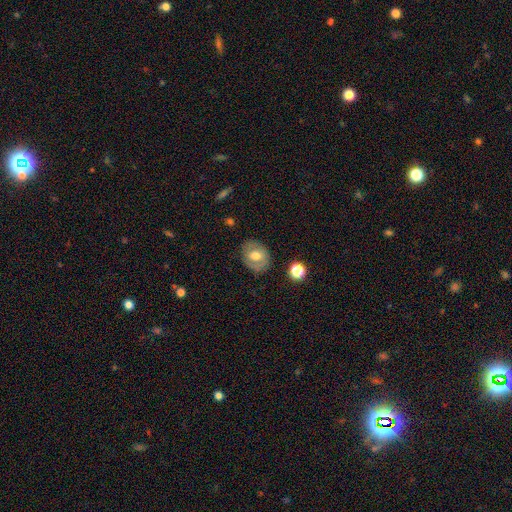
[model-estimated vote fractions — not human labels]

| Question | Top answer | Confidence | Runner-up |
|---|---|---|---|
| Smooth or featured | smooth | 56% | featured or disk (36%) |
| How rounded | round | 51% | in between (48%) |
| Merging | none | 80% | minor disturbance (14%) |